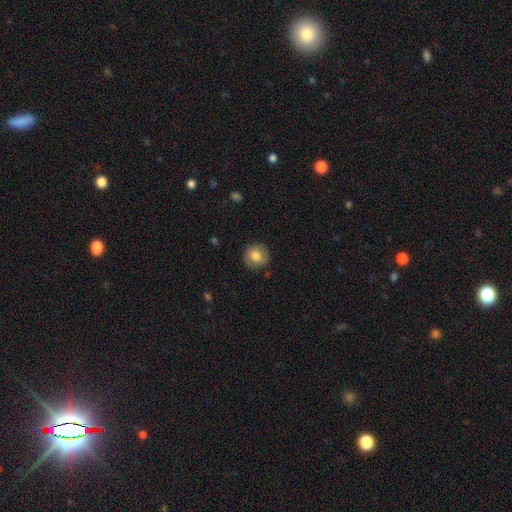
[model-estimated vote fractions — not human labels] Smooth or featured: smooth — 79% (featured or disk — 12%)
How rounded: round — 90% (in between — 9%)
Merging: none — 86% (minor disturbance — 10%)